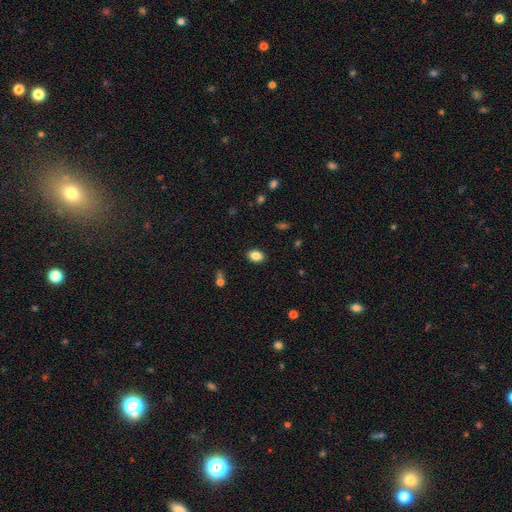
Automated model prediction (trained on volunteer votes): The model was most divided on "how rounded": in between: 77%, round: 22%, cigar-shaped: 1%. More confident: merging — none (88%); smooth or featured — smooth (85%).